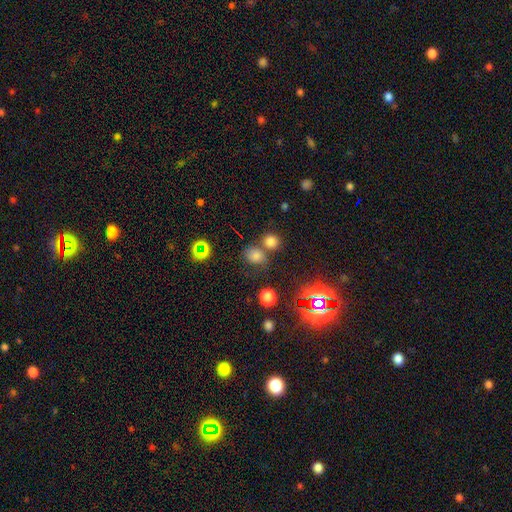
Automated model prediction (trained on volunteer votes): This appears to be a smooth galaxy with no disk features (69%) that is round (66%). Merging: none (58%).